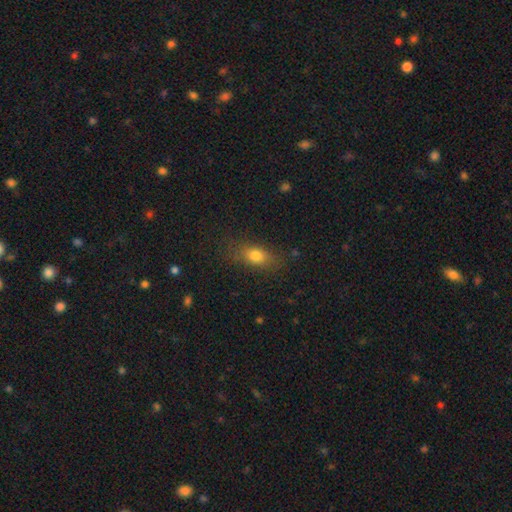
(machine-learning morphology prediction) A smooth galaxy with no disk features (77%) that is in between round and cigar-shaped (73%).

Vote fractions:
- Smooth or featured? smooth: 77% / featured or disk: 12% / star or artifact: 11%
- How rounded? in between: 73% / round: 16% / cigar-shaped: 11%
- Merging? none: 77% / minor disturbance: 16% / major disturbance: 6% / merger: 1%